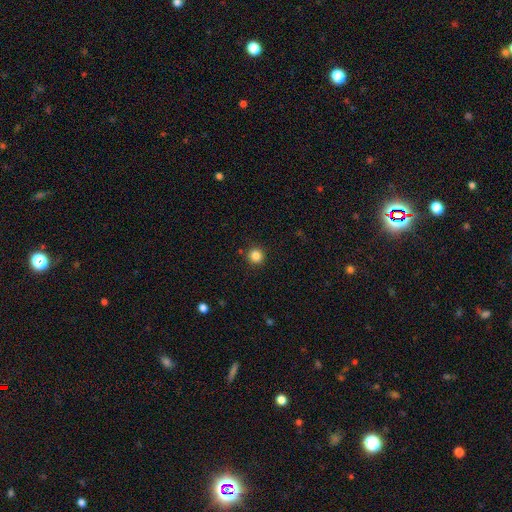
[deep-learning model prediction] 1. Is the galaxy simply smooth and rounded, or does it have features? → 84% smooth, 12% star or artifact, 4% featured or disk.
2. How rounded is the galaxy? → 95% round, 4% in between, 1% cigar-shaped.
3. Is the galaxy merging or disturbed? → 90% none, 6% minor disturbance, 2% major disturbance, 2% merger.